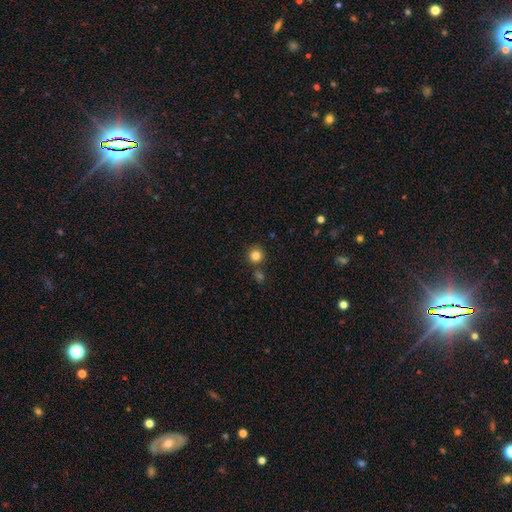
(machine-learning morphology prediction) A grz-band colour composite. It shows a smooth galaxy with no disk features (83%) that is round (94%). Merging: none (82%).